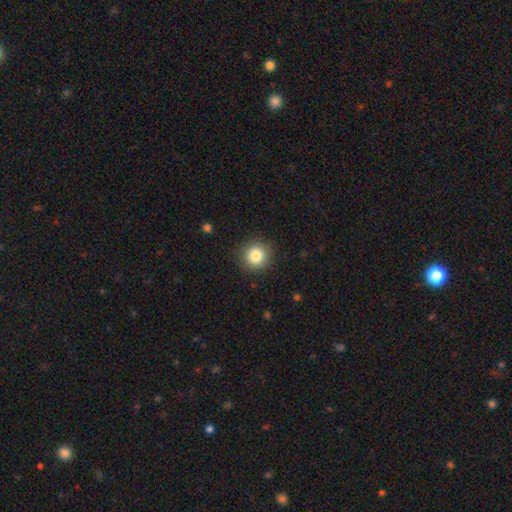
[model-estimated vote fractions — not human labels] smooth_or_featured: smooth (p=0.84) [alt: star or artifact p=0.10]
how_rounded: round (p=0.92) [alt: in between p=0.07]
merging: none (p=0.89) [alt: minor disturbance p=0.07]